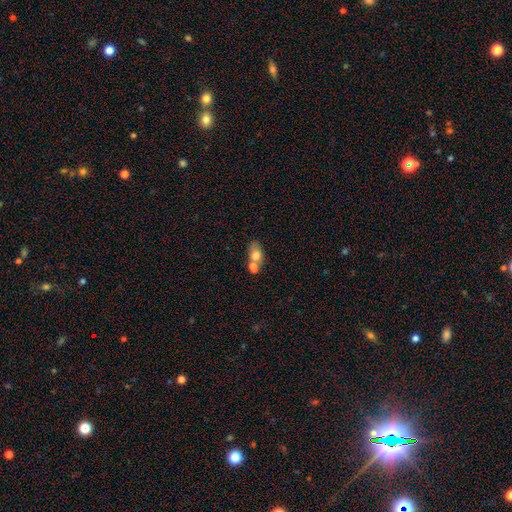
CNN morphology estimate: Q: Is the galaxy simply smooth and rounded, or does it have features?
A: smooth — 68%.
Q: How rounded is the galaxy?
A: in between — 76%.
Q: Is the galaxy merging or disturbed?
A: merger — 52%.